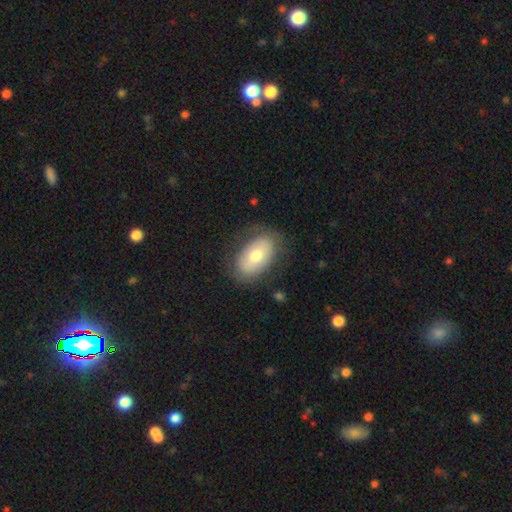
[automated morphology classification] The model was most divided on "smooth or featured": smooth: 65%, featured or disk: 29%, star or artifact: 7%. More confident: how rounded — in between (91%); merging — none (76%).